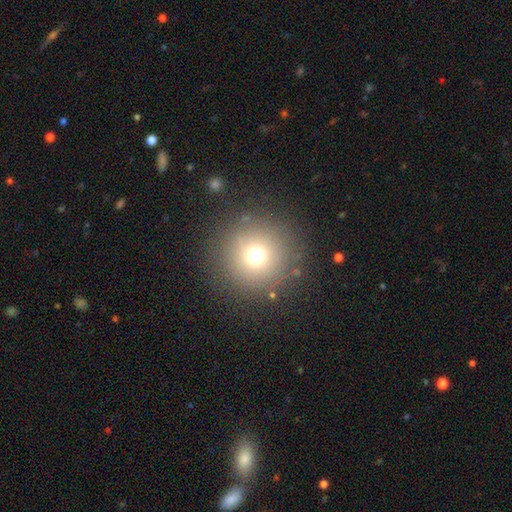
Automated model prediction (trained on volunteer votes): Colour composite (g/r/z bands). It shows a smooth galaxy with no disk features (69%) that is round (96%). Merging: none (87%).